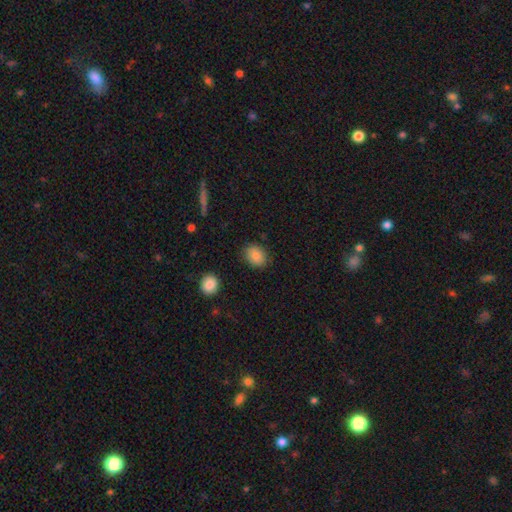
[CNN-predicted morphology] Overall: smooth (85%). How rounded: in between (55%; round 44%). Merging: none (83%).